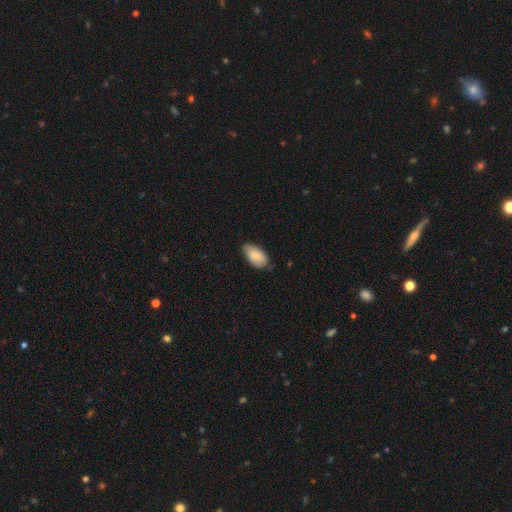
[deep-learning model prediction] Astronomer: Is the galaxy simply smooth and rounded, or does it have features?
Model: smooth — 85%.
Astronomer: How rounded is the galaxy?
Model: in between — 94%.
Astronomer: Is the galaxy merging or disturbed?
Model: none — 67%.